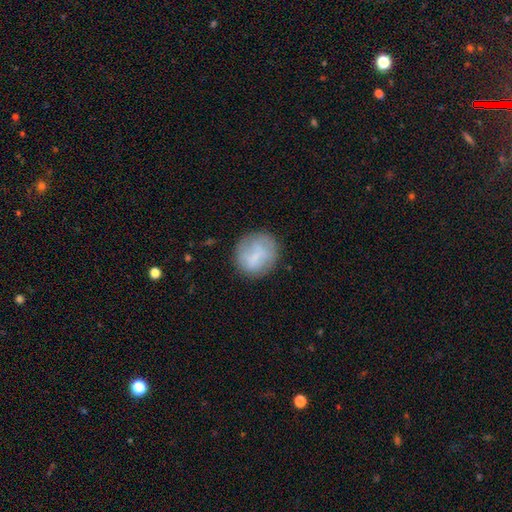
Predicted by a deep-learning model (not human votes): smooth 68%, featured or disk 24%, star or artifact 8%. Down the decision tree: how rounded — round (80%); merging — none (73%).